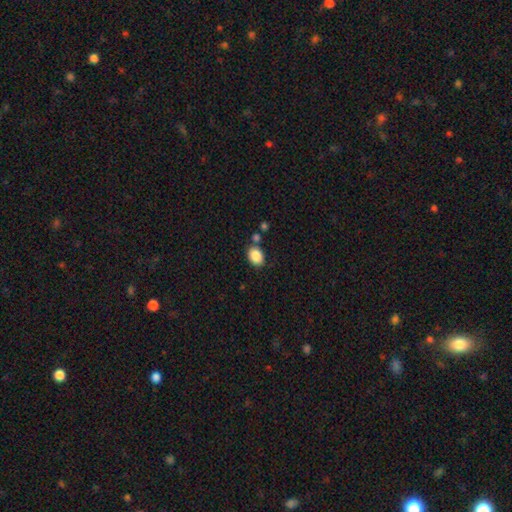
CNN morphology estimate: Smooth or featured? Predicted: smooth (p=0.87). How rounded? Predicted: in between (p=0.73). Merging? Predicted: none (p=0.73).